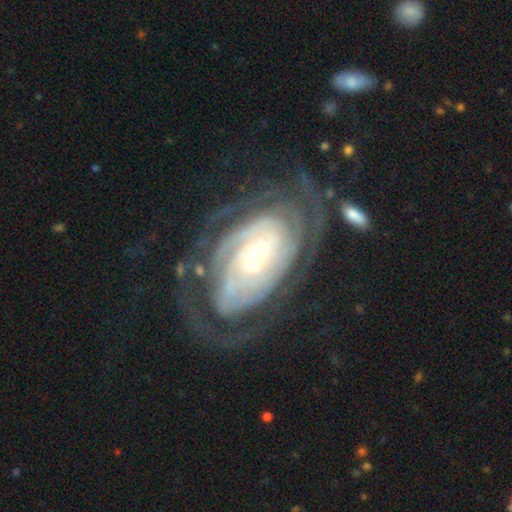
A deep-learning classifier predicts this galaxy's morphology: This appears to be a featured or disk galaxy (90%) with no bar (54%), tight (78%) spiral arms (97%) and a small central bulge (50%). Merging: none (68%).